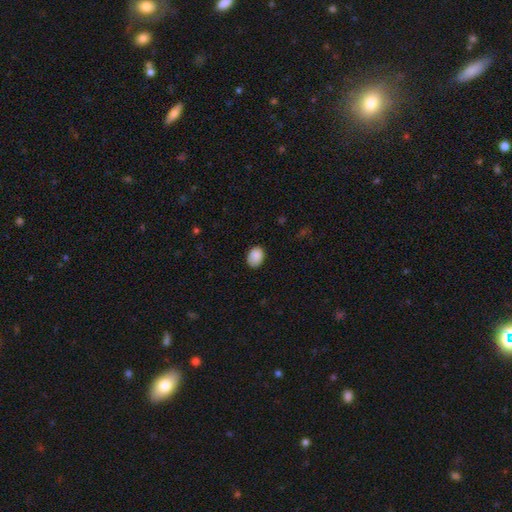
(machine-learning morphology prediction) Overall: smooth (88%). How rounded: in between (71%). Merging: none (77%).